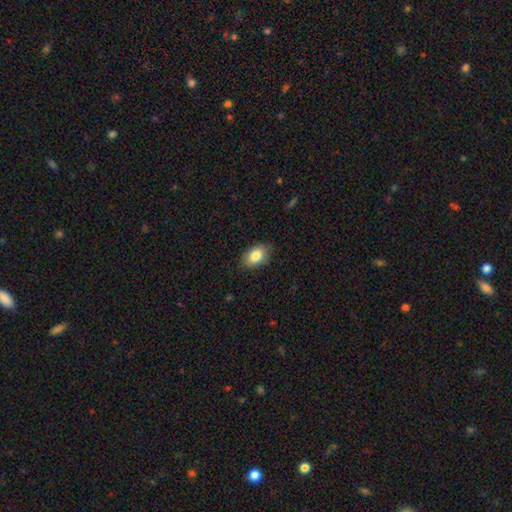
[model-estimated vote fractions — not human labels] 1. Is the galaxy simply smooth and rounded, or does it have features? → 83% smooth, 9% featured or disk, 8% star or artifact.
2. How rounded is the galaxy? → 86% in between, 13% round, 1% cigar-shaped.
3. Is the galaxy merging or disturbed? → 85% none, 11% minor disturbance, 2% major disturbance, 1% merger.